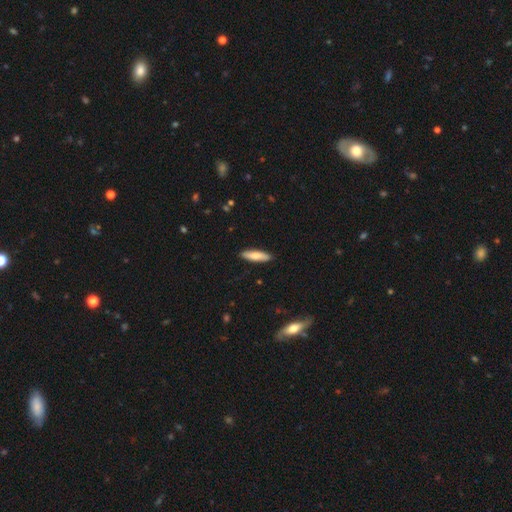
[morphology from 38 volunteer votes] Volunteers were most divided on "how rounded": cigar-shaped: 53%, in between: 47%, round: 0%. More confident: merging — none (86%); smooth or featured — smooth (79%).